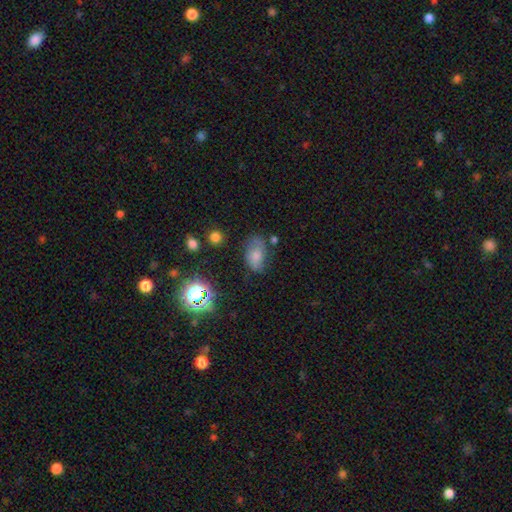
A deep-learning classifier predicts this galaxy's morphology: Q: Smooth or featured?
A: smooth (66%); runner-up: featured or disk (20%)
Q: How rounded?
A: in between (87%); runner-up: round (11%)
Q: Merging?
A: none (56%); runner-up: minor disturbance (28%)